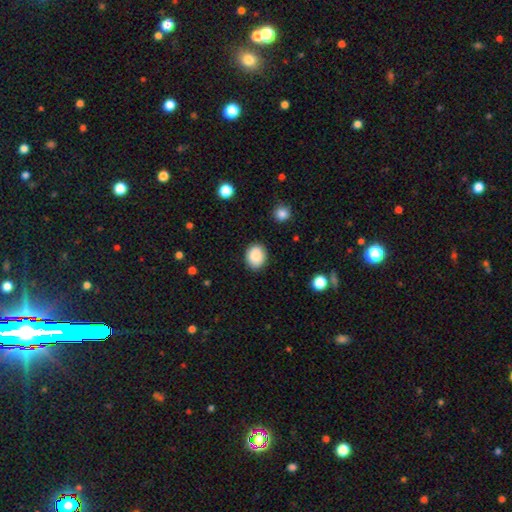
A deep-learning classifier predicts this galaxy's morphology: Smooth or featured?
  - smooth: 88% *
  - star or artifact: 8%
  - featured or disk: 4%
How rounded?
  - round: 54% *
  - in between: 45%
  - cigar-shaped: 1%
Merging?
  - none: 88% *
  - minor disturbance: 8%
  - major disturbance: 2%
  - merger: 1%